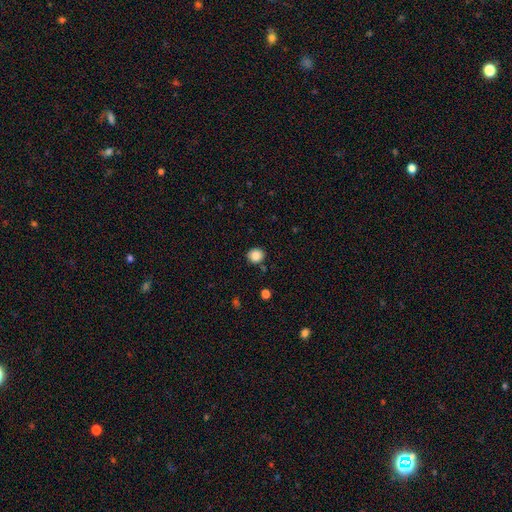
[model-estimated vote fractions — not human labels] Smooth or featured?
  - smooth: 86% *
  - star or artifact: 10%
  - featured or disk: 4%
How rounded?
  - round: 82% *
  - in between: 17%
  - cigar-shaped: 1%
Merging?
  - none: 86% *
  - minor disturbance: 9%
  - merger: 3%
  - major disturbance: 2%